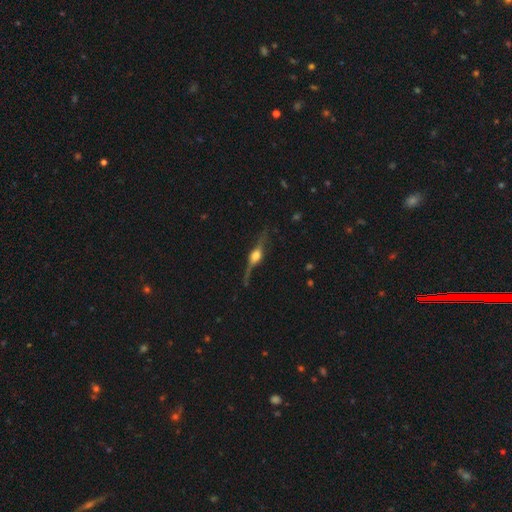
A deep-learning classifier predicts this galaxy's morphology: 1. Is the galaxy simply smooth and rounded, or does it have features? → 79% featured or disk, 15% smooth, 7% star or artifact.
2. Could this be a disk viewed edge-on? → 94% yes, 6% no.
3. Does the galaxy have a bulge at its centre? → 93% rounded, 5% boxy, 2% none.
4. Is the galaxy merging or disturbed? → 77% none, 15% minor disturbance, 7% major disturbance, 2% merger.